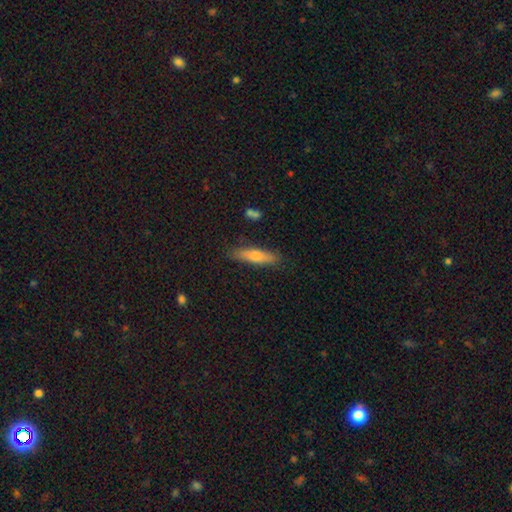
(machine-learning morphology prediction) The model was most divided on "how rounded": cigar-shaped: 73%, in between: 25%, round: 2%. More confident: merging — none (82%); smooth or featured — smooth (73%).